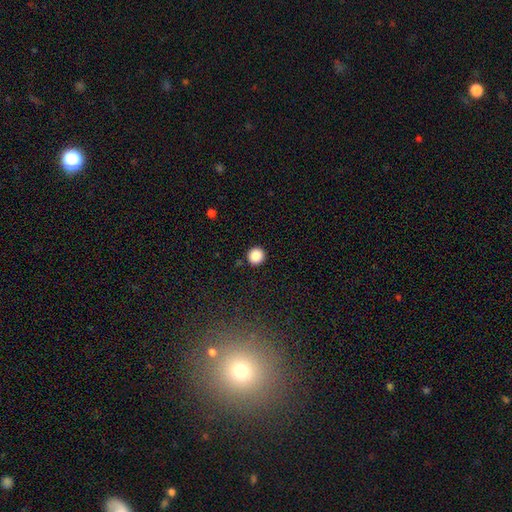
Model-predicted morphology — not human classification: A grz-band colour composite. It shows a smooth galaxy with no disk features (88%) that is round (94%). Merging: none (92%).